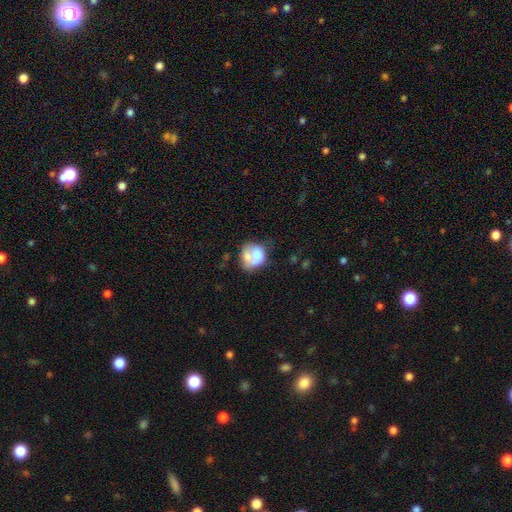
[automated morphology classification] Overall: smooth (59%; featured or disk 32%). How rounded: in between (50%; round 49%). Merging: merger (43%; none 23%).